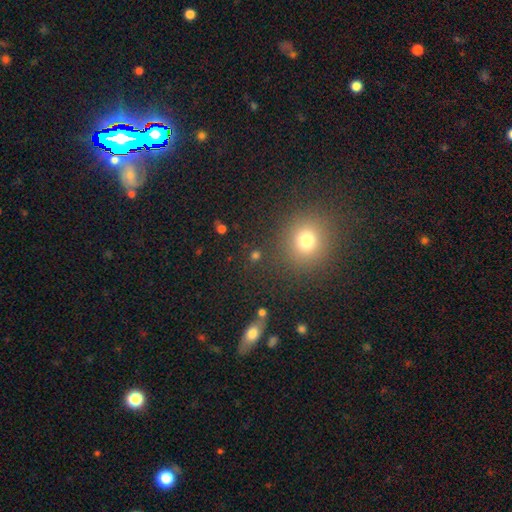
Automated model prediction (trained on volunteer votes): Smooth or featured: smooth — 63% (star or artifact — 28%)
How rounded: round — 82% (in between — 16%)
Merging: none — 83% (minor disturbance — 8%)